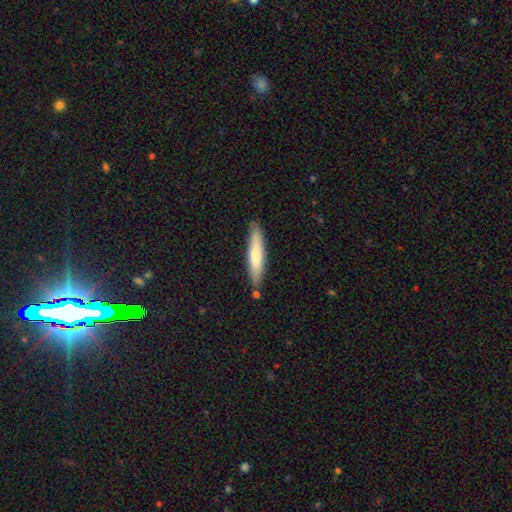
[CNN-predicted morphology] This appears to be a smooth galaxy with no disk features (68%) that is cigar-shaped (88%). Merging: none (83%).